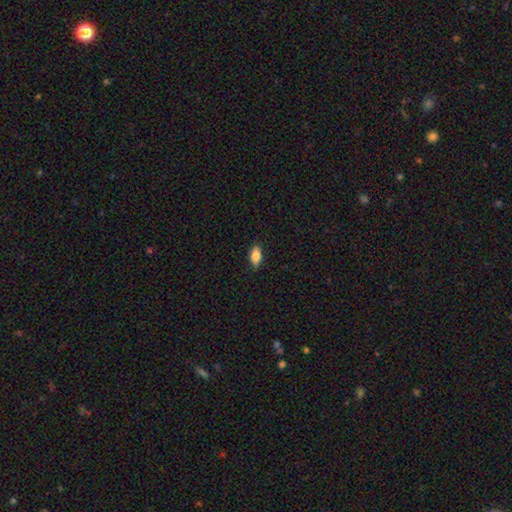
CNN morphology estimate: Q: Smooth or featured?
A: smooth (82%); runner-up: featured or disk (10%)
Q: How rounded?
A: in between (87%); runner-up: cigar-shaped (9%)
Q: Merging?
A: none (85%); runner-up: minor disturbance (12%)